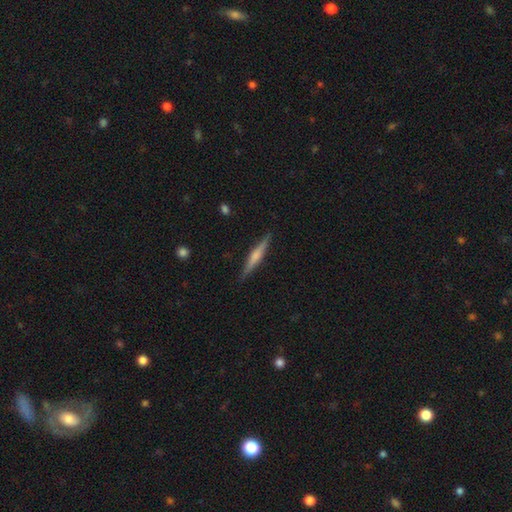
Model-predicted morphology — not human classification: Smooth or featured?
  - featured or disk: 56% *
  - smooth: 38%
  - star or artifact: 6%
Edge-on disk?
  - yes: 97% *
  - no: 3%
Edge-on bulge?
  - rounded: 62% *
  - none: 22%
  - boxy: 17%
Merging?
  - none: 89% *
  - minor disturbance: 8%
  - major disturbance: 2%
  - merger: 1%